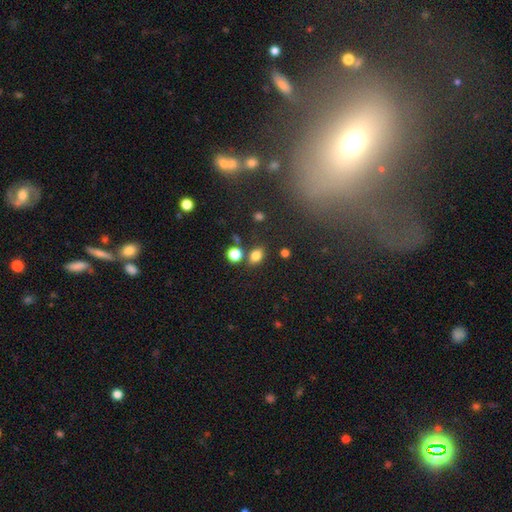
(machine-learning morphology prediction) Smooth or featured? smooth (80%)
How rounded? in between (69%)
Merging? none (75%)